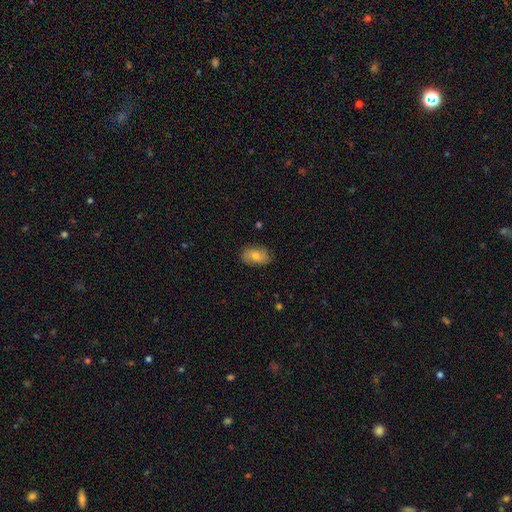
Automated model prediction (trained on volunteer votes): A smooth galaxy with no disk features (63%) that is in between round and cigar-shaped (85%).

Vote fractions:
- Smooth or featured? smooth: 63% / featured or disk: 27% / star or artifact: 10%
- How rounded? in between: 85% / round: 13% / cigar-shaped: 2%
- Merging? none: 81% / minor disturbance: 15% / major disturbance: 3% / merger: 1%